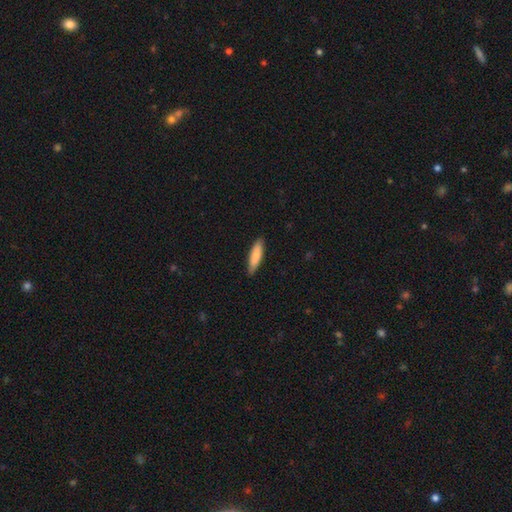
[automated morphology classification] type=smooth (84%); roundness=cigar-shaped (72%); merging=none (86%).